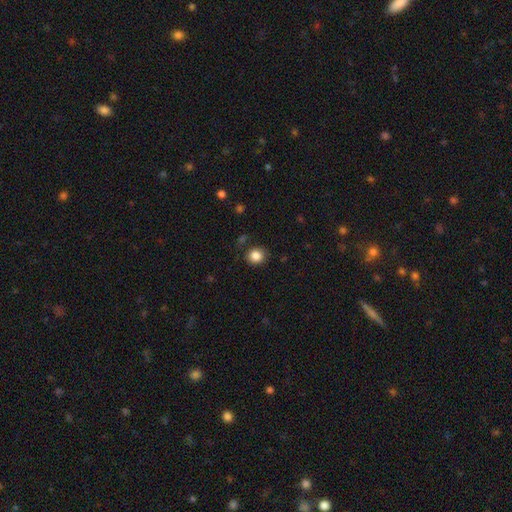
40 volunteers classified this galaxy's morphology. Smooth or featured?
  - smooth: 88% *
  - star or artifact: 8%
  - featured or disk: 5%
How rounded?
  - round: 94% *
  - in between: 6%
  - cigar-shaped: 0%
Merging?
  - none: 95% *
  - minor disturbance: 5%
  - major disturbance: 0%
  - merger: 0%